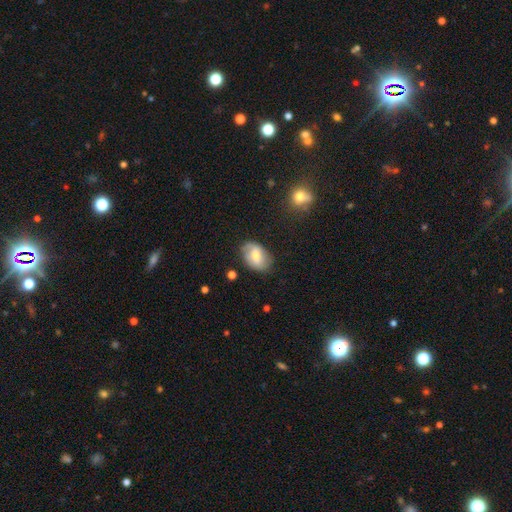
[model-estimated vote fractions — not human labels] This is possibly a smooth galaxy (53%). How rounded: clearly in between (81%). Merging: likely none (72%).